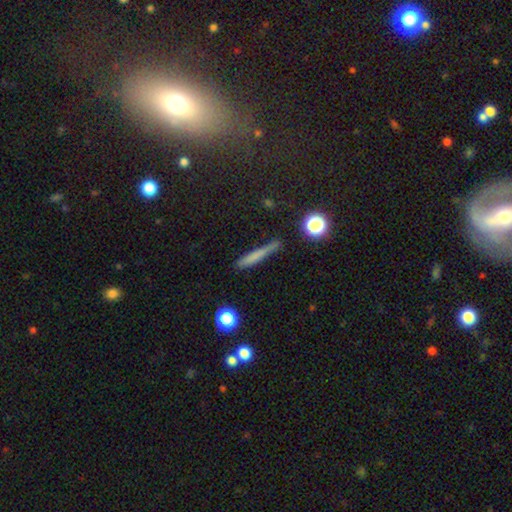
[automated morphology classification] Smooth or featured? smooth (67%)
How rounded? cigar-shaped (92%)
Merging? none (79%)